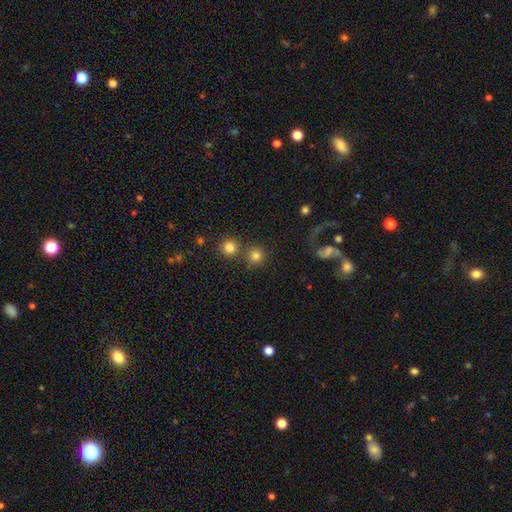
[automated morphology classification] A smooth galaxy with no disk features (80%) that is round (93%). Merging: none (72%).